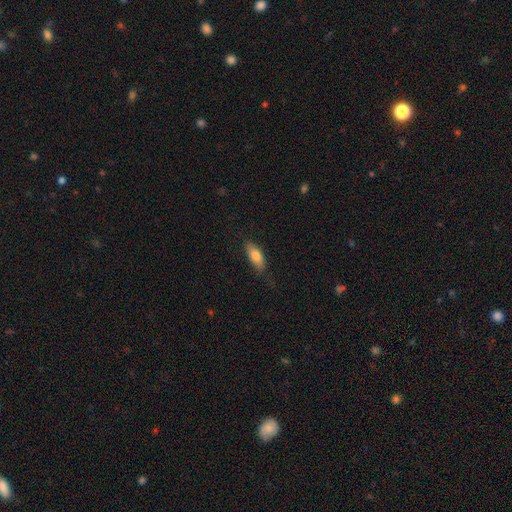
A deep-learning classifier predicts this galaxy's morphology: type=smooth (79%); roundness=in between (79%); merging=none (77%).